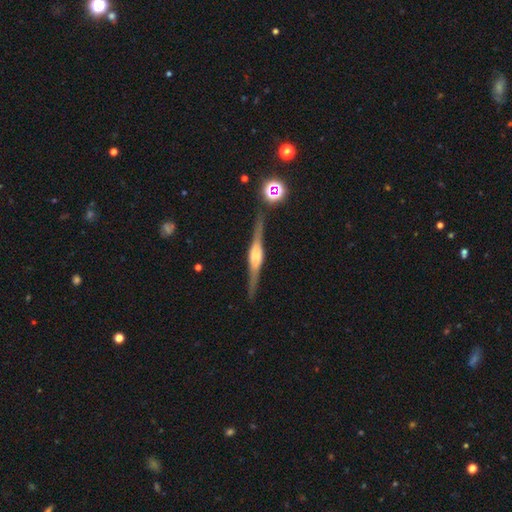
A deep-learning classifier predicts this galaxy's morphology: Q: Smooth or featured?
A: featured or disk (83%); runner-up: smooth (11%)
Q: Edge-on disk?
A: yes (98%); runner-up: no (2%)
Q: Edge-on bulge?
A: rounded (75%); runner-up: boxy (22%)
Q: Merging?
A: none (87%); runner-up: minor disturbance (9%)